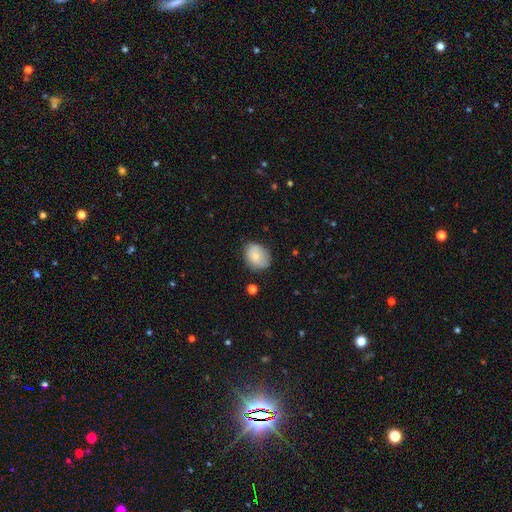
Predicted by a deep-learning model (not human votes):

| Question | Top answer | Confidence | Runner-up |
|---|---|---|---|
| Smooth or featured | smooth | 73% | featured or disk (19%) |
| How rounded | in between | 51% | round (48%) |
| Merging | none | 71% | minor disturbance (22%) |